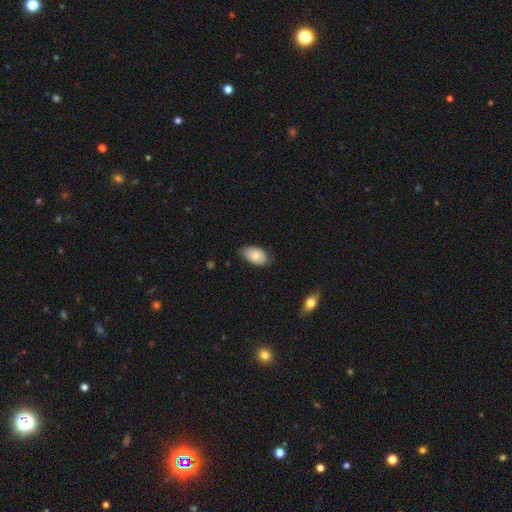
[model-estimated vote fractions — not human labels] This is clearly a smooth galaxy (81%). How rounded: clearly in between (94%). Merging: likely none (78%).